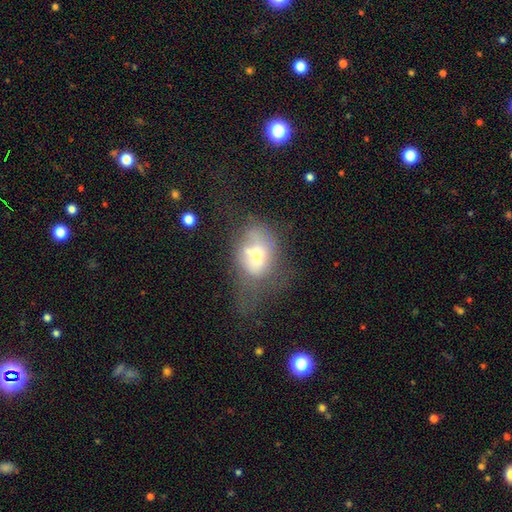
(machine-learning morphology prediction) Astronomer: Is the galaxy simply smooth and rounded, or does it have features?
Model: smooth — 51% (runner-up: featured or disk, 38%).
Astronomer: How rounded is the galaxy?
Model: in between — 67%.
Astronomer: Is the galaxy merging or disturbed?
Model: major disturbance — 41% (runner-up: minor disturbance, 22%).